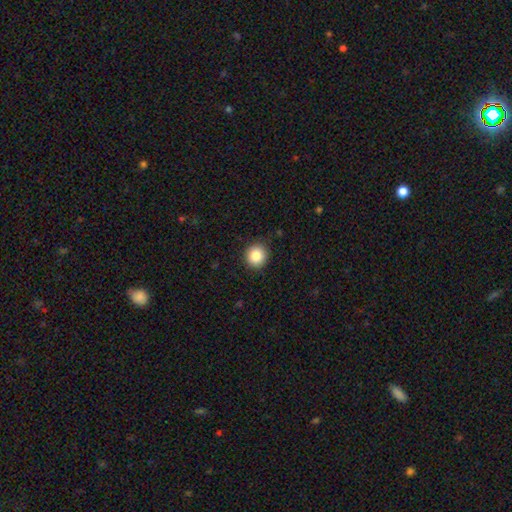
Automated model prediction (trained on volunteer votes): smooth 86%, star or artifact 9%, featured or disk 5%. Down the decision tree: how rounded — round (92%); merging — none (90%).